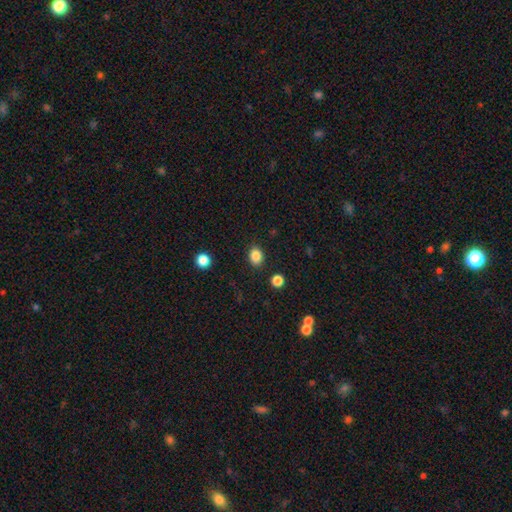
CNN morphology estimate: smooth 86%, star or artifact 10%, featured or disk 4%. Down the decision tree: how rounded — in between (58%); merging — none (87%).